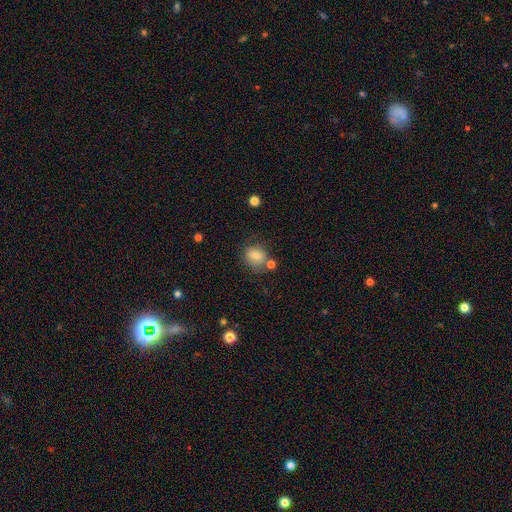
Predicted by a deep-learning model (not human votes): Overall: smooth (77%). How rounded: round (77%). Merging: none (67%).